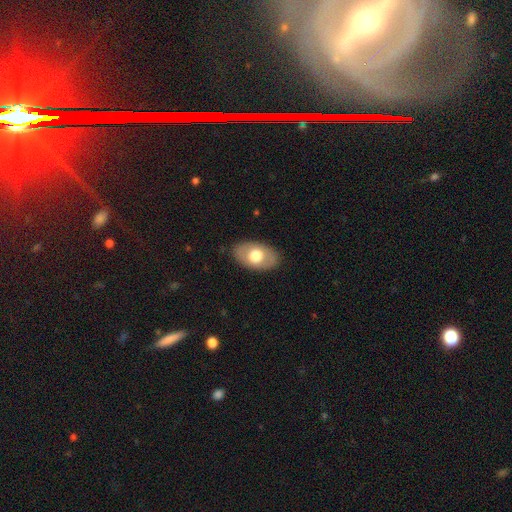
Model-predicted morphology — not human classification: Smooth or featured? Predicted: smooth (p=0.64). How rounded? Predicted: in between (p=0.90). Merging? Predicted: none (p=0.85).